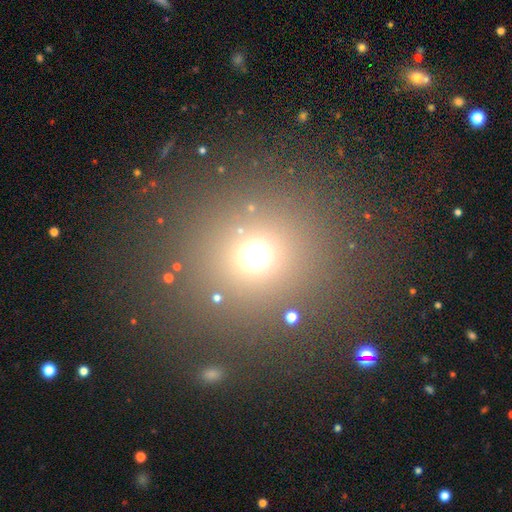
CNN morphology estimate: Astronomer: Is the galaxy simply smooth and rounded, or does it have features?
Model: smooth — 60%.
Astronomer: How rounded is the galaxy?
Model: round — 87%.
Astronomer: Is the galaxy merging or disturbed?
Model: none — 82%.